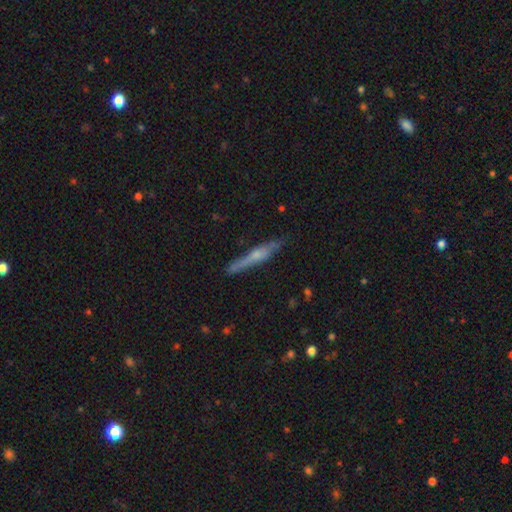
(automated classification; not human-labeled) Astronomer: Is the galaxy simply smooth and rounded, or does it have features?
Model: featured or disk — 52% (runner-up: smooth, 41%).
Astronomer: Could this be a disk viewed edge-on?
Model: yes — 91%.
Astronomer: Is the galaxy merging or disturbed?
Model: none — 76%.